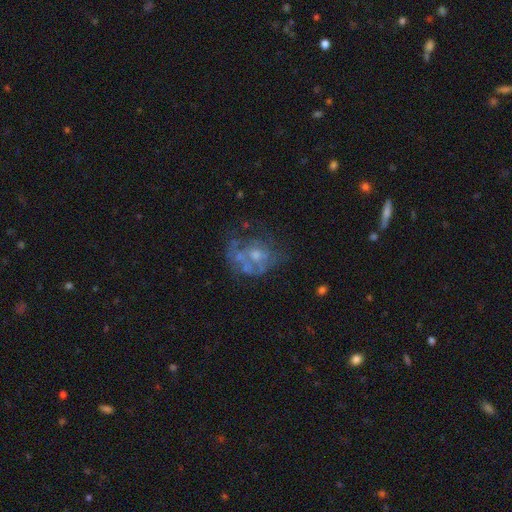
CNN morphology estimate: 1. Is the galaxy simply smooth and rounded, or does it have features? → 62% featured or disk, 25% smooth, 13% star or artifact.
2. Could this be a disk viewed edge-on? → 98% no, 2% yes.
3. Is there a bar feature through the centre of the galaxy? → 85% no, 12% weak, 2% strong.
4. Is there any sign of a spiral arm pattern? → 76% no, 24% yes.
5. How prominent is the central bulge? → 40% small, 38% moderate, 18% none, 3% large, 1% dominant.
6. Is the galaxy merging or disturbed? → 37% none, 31% major disturbance, 20% minor disturbance, 12% merger.